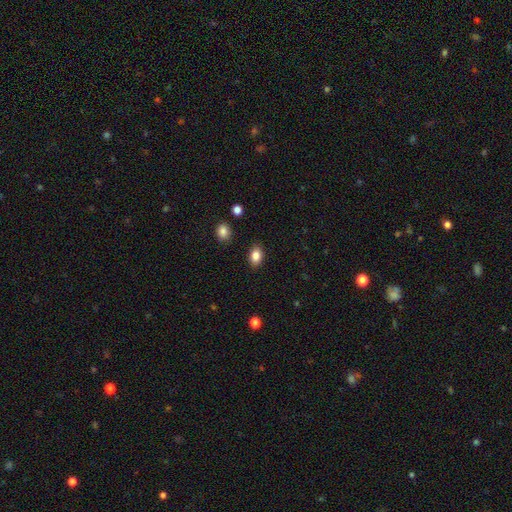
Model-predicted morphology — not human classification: A smooth galaxy with no disk features (85%) that is in between round and cigar-shaped (81%). Merging: none (88%).